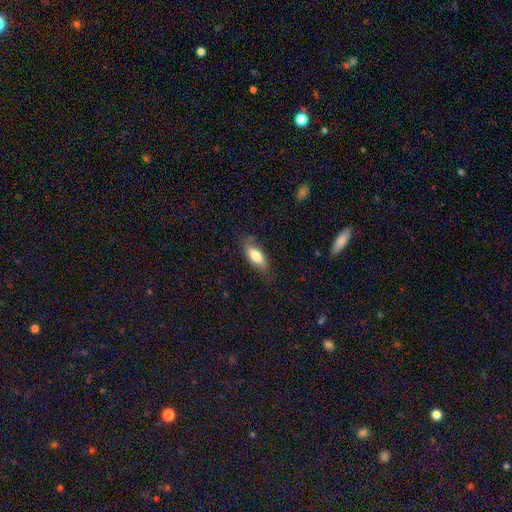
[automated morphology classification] The model was most divided on "smooth or featured": smooth: 73%, featured or disk: 21%, star or artifact: 6%. More confident: how rounded — in between (78%); merging — none (74%).